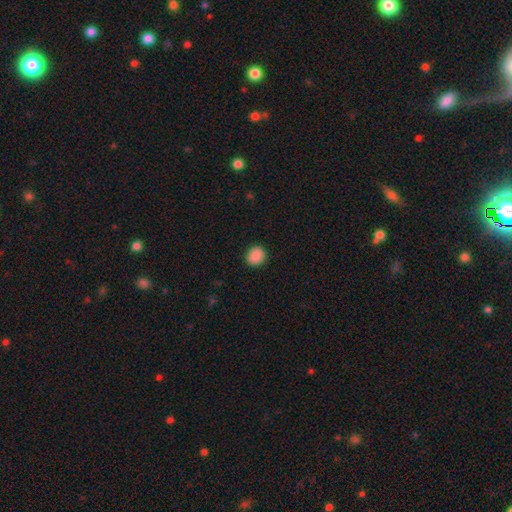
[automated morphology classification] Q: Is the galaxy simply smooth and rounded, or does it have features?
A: smooth — 89%.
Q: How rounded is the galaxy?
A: round — 78%.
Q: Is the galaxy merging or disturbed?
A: none — 90%.